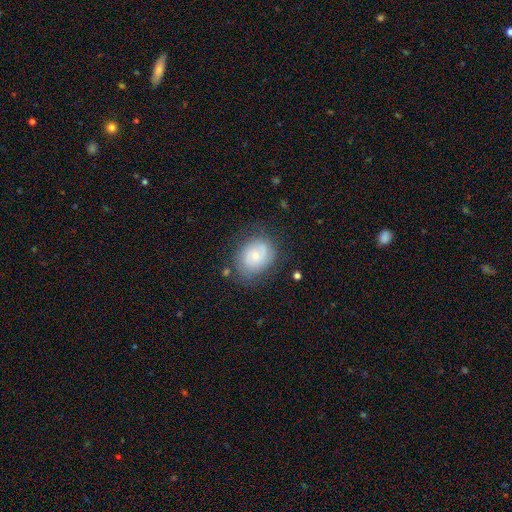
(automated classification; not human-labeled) This is possibly a smooth galaxy (53%). How rounded: possibly round (53%). Merging: likely none (70%).